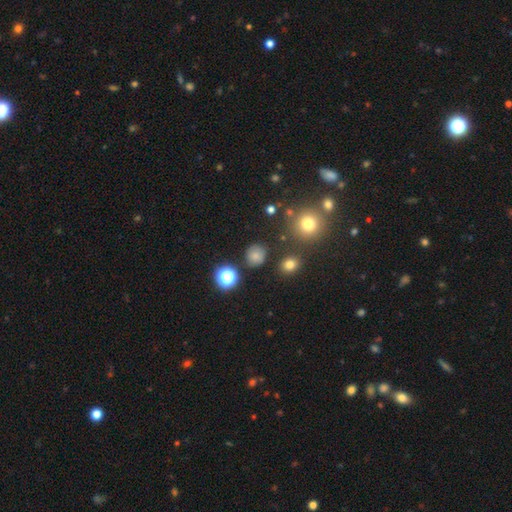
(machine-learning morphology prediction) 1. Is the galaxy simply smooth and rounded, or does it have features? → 75% smooth, 18% star or artifact, 7% featured or disk.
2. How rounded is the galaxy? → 88% round, 11% in between, 1% cigar-shaped.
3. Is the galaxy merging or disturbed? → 83% none, 10% minor disturbance, 3% major disturbance, 3% merger.